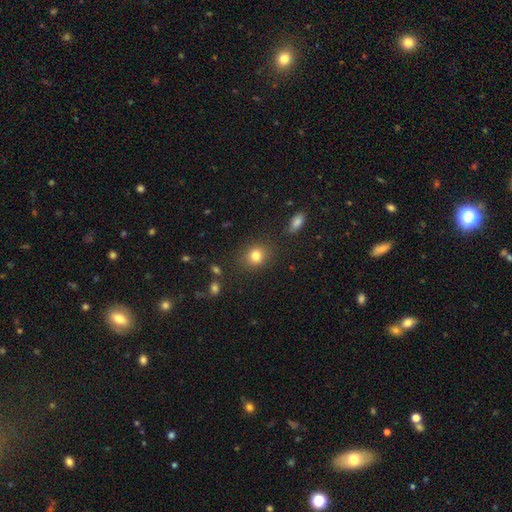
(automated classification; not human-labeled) Smooth or featured? smooth (82%)
How rounded? round (71%)
Merging? none (83%)